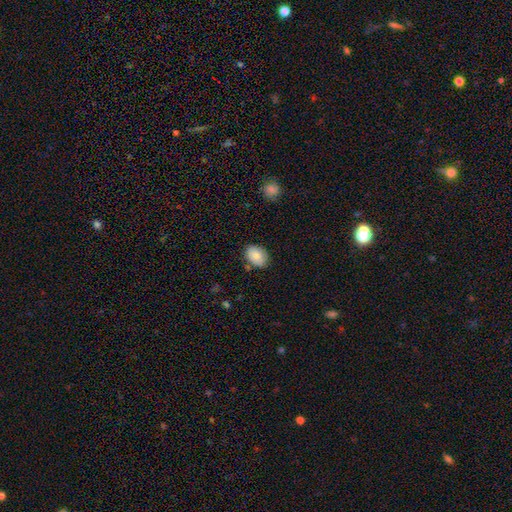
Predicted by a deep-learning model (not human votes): Smooth or featured?
  - smooth: 87% *
  - star or artifact: 7%
  - featured or disk: 6%
How rounded?
  - in between: 76% *
  - round: 23%
  - cigar-shaped: 1%
Merging?
  - none: 78% *
  - minor disturbance: 15%
  - major disturbance: 3%
  - merger: 3%